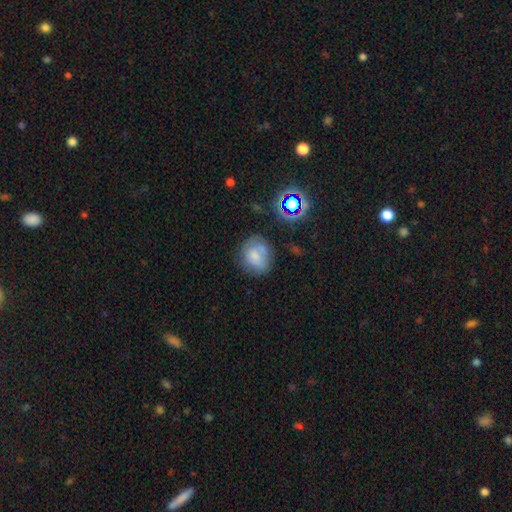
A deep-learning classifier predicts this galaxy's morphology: Smooth or featured: smooth — 64% (featured or disk — 22%)
How rounded: round — 71% (in between — 28%)
Merging: none — 54% (minor disturbance — 25%)